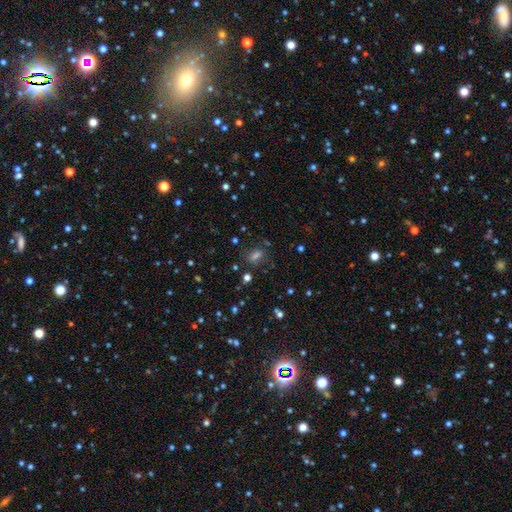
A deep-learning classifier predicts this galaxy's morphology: type=smooth (62%); roundness=in between (74%); merging=none (76%).